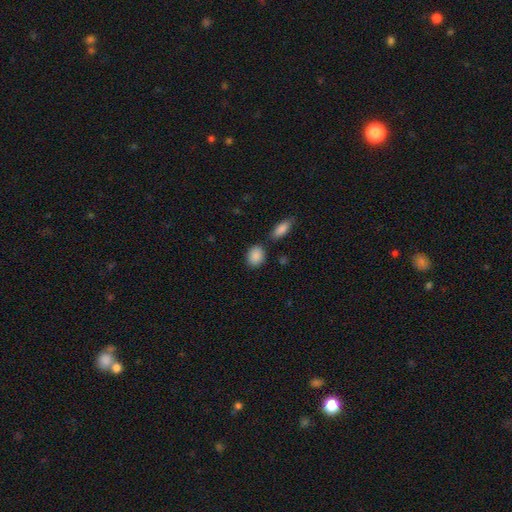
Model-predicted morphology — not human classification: type=smooth (89%); roundness=in between (59%); merging=none (76%).